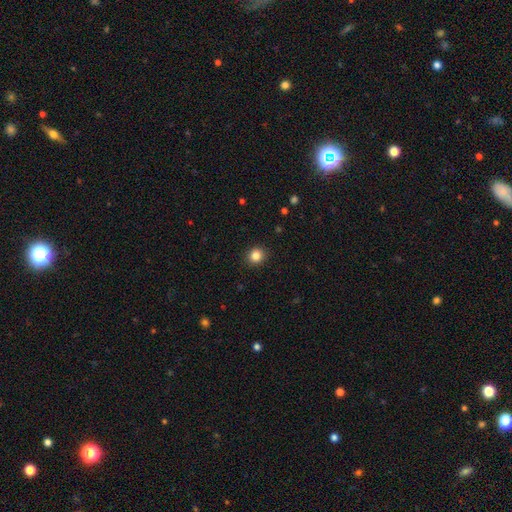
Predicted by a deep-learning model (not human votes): Overall: smooth (85%). How rounded: round (84%). Merging: none (91%).